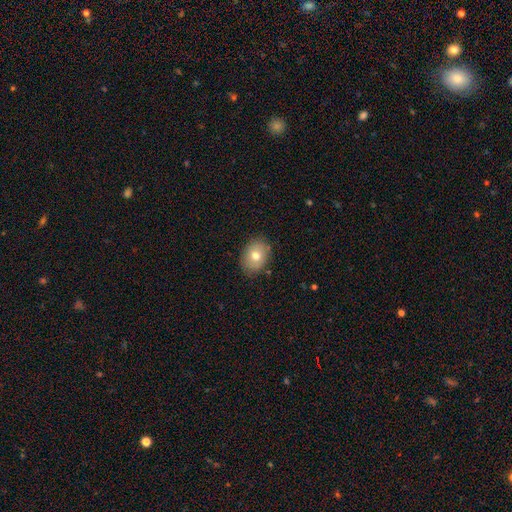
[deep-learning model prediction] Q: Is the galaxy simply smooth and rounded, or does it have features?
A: smooth — 74%.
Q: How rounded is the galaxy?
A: in between — 62%.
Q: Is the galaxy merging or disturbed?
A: none — 84%.